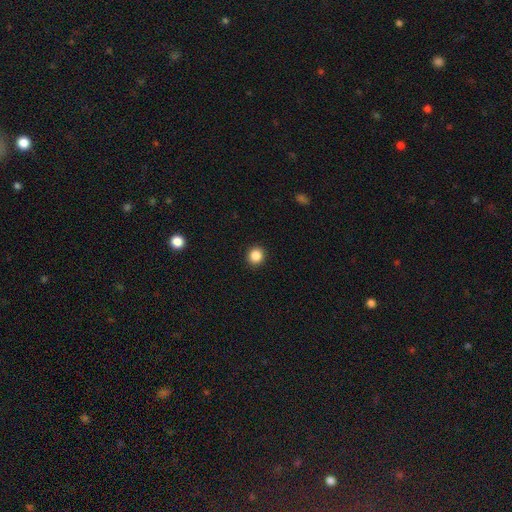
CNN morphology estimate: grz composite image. It shows a smooth galaxy with no disk features (86%) that is round (90%). Merging: none (93%).